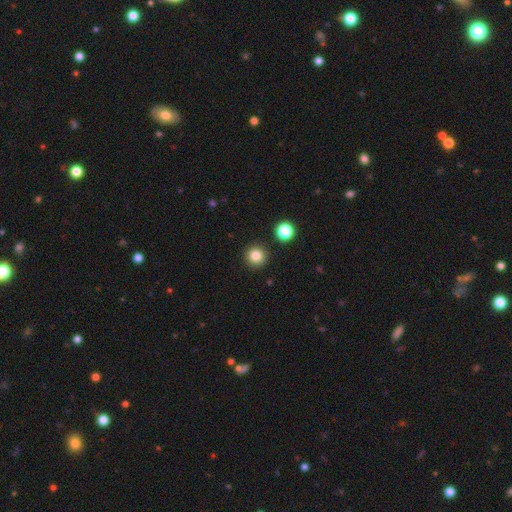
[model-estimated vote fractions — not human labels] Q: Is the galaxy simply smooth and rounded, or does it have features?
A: smooth — 83%.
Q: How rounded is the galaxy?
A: round — 95%.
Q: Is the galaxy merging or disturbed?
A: none — 91%.